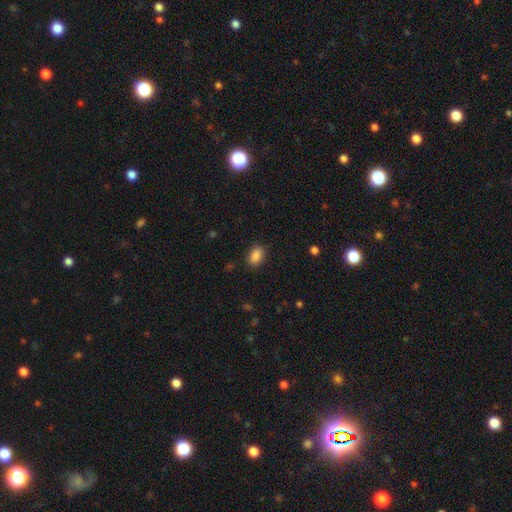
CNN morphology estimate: A smooth galaxy with no disk features (87%) that is in between round and cigar-shaped (84%). Merging: none (86%).